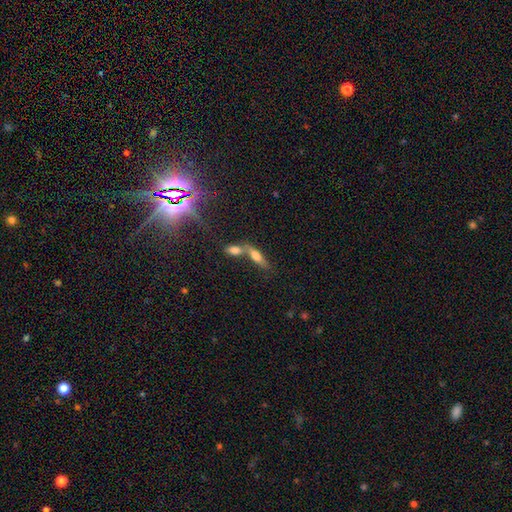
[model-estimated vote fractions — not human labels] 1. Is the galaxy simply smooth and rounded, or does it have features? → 60% smooth, 29% featured or disk, 11% star or artifact.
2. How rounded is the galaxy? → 53% in between, 43% cigar-shaped, 4% round.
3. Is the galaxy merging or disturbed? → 56% merger, 33% none, 8% minor disturbance, 4% major disturbance.